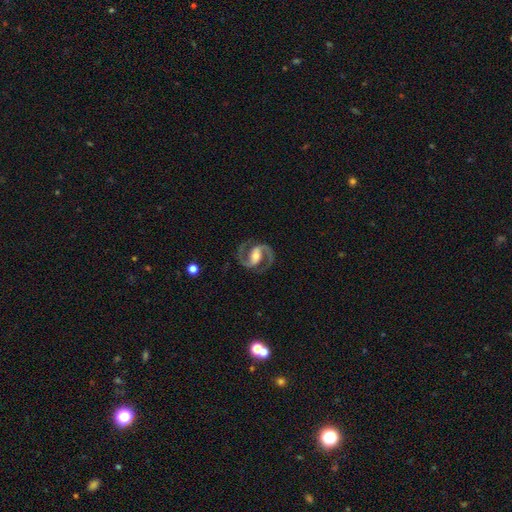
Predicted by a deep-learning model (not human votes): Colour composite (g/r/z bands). It shows a featured or disk galaxy (92%) with a strong bar (49%), 2 (94%) medium (66%) spiral arms (98%) and a moderate central bulge (61%). Merging: none (84%).